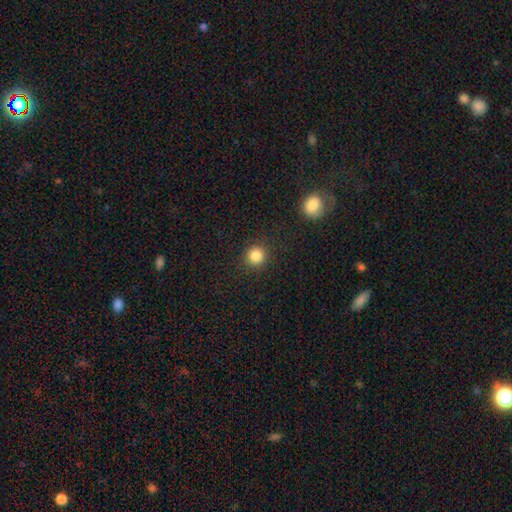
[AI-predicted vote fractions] This appears to be a smooth galaxy with no disk features (84%) that is round (93%). Merging: none (90%).